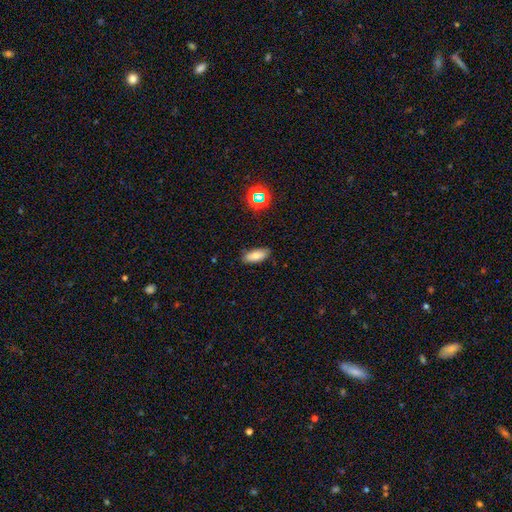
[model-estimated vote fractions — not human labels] The model was most divided on "smooth or featured": smooth: 76%, featured or disk: 13%, star or artifact: 11%. More confident: merging — none (85%); how rounded — in between (82%).